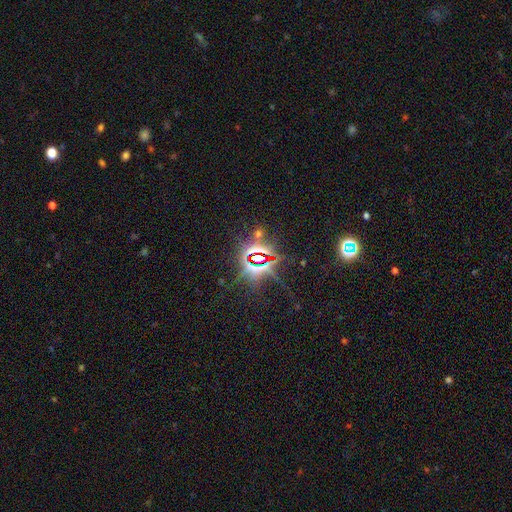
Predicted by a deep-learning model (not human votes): A star or artifact, not a galaxy (83%).

Vote fractions:
- Smooth or featured? star or artifact: 83% / smooth: 10% / featured or disk: 7%